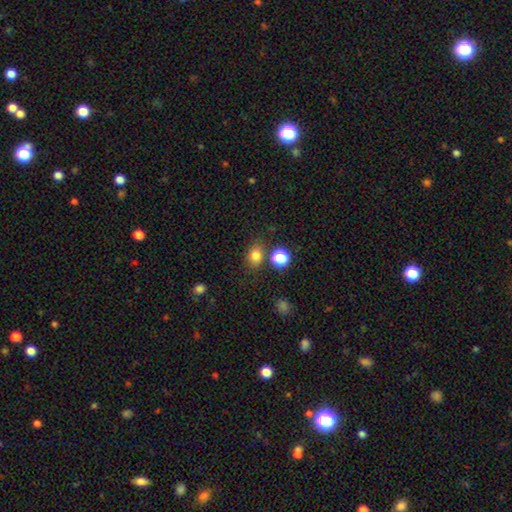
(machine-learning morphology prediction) A smooth galaxy with no disk features (79%) that is round (50%). Merging: none (75%).